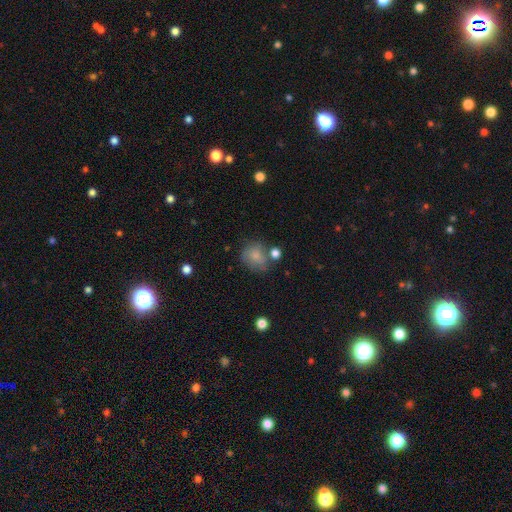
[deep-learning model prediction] Overall: smooth (76%). How rounded: round (71%). Merging: none (56%; minor disturbance 22%).